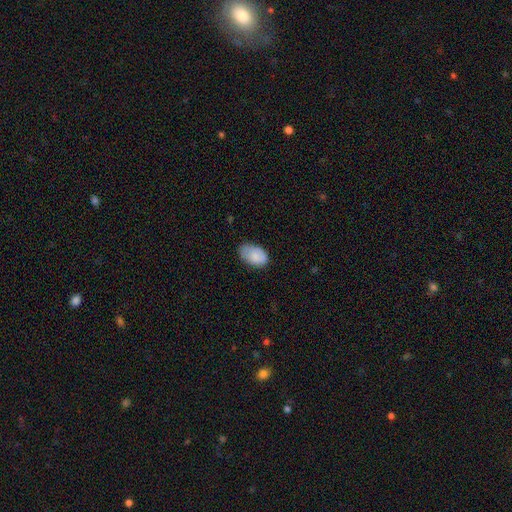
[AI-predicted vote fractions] A smooth galaxy with no disk features (84%) that is in between round and cigar-shaped (91%). Merging: none (63%).